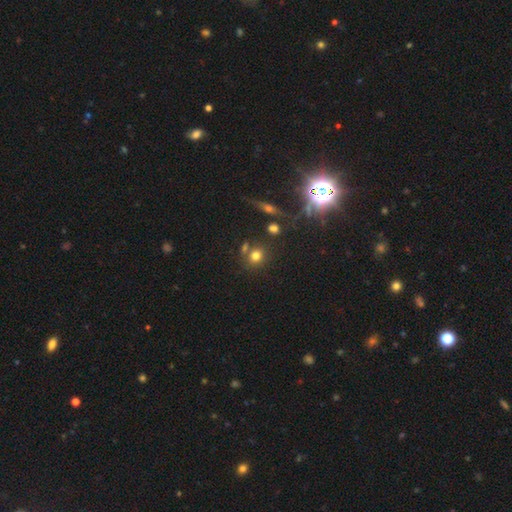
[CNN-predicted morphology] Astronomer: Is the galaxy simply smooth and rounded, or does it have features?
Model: smooth — 71%.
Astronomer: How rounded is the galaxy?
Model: round — 80%.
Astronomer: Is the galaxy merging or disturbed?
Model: none — 69%.